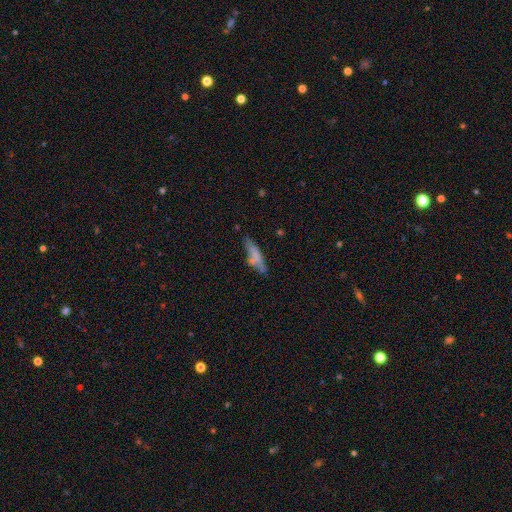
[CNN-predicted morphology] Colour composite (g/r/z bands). It shows a smooth galaxy with no disk features (64%) that is cigar-shaped (75%). Merging: none (63%).